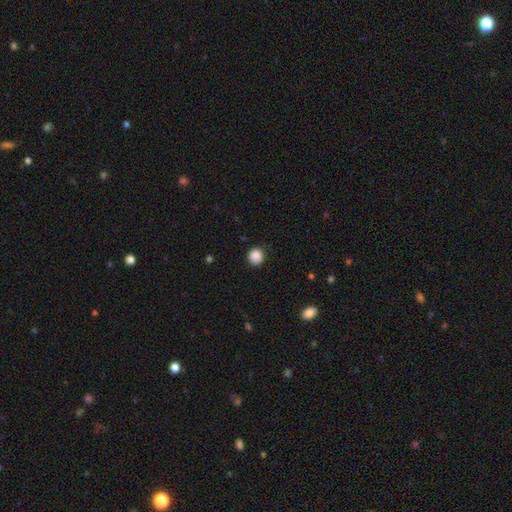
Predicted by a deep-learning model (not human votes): A smooth galaxy with no disk features (88%) that is round (90%). Merging: none (87%).